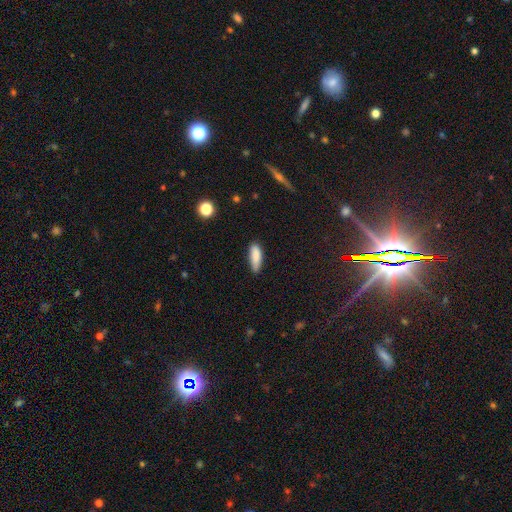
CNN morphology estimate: smooth_or_featured: smooth (p=0.86) [alt: featured or disk p=0.07]
how_rounded: in between (p=0.55) [alt: cigar-shaped p=0.43]
merging: none (p=0.67) [alt: minor disturbance p=0.26]